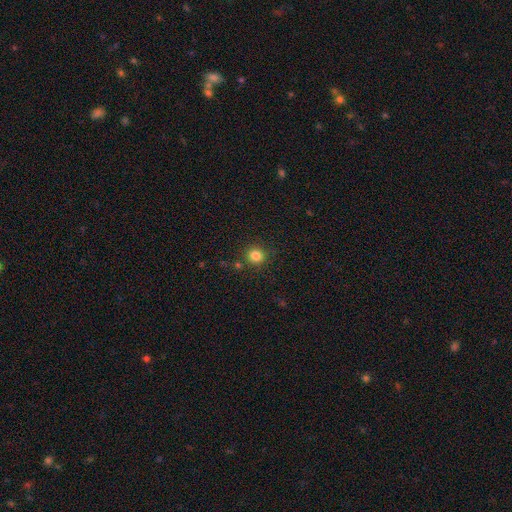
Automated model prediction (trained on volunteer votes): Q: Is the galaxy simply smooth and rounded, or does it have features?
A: smooth — 83%.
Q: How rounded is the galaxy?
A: round — 88%.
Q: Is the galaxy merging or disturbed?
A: none — 85%.